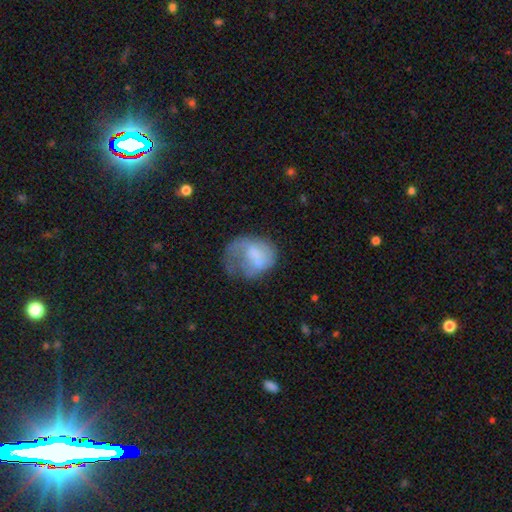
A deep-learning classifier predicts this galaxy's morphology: A smooth galaxy with no disk features (54%) that is round (56%). Merging: major disturbance (45%).